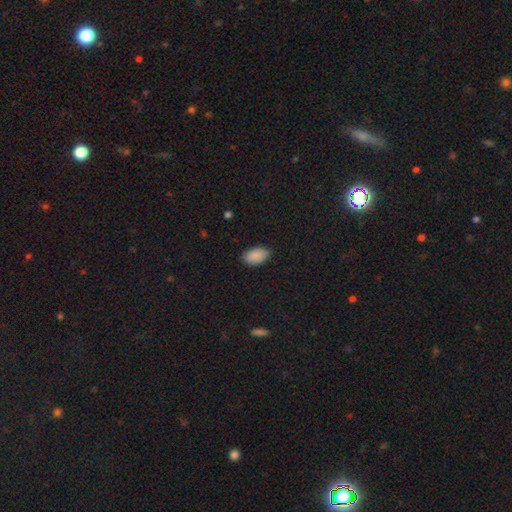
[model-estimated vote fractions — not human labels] A smooth galaxy with no disk features (89%) that is in between round and cigar-shaped (94%). Merging: none (84%).